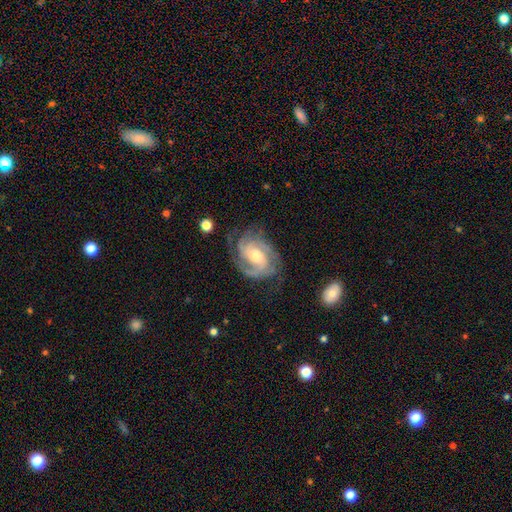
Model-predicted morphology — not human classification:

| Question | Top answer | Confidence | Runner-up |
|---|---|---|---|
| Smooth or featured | featured or disk | 90% | smooth (5%) |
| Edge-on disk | no | 98% | yes (2%) |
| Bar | no | 51% | weak (38%) |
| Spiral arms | yes | 98% | no (2%) |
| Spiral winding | tight | 55% | medium (38%) |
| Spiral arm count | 3 | 37% | 2 (31%) |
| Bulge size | moderate | 56% | small (34%) |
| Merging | none | 72% | minor disturbance (18%) |